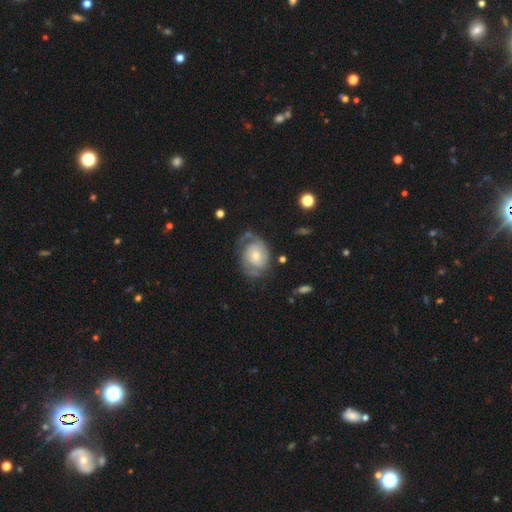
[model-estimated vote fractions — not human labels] Smooth or featured: featured or disk — 68% (smooth — 26%)
Edge-on disk: no — 97% (yes — 3%)
Bar: no — 70% (weak — 26%)
Spiral arms: yes — 83% (no — 17%)
Spiral winding: tight — 46% (medium — 36%)
Spiral arm count: 2 — 51% (can't tell — 23%)
Bulge size: moderate — 54% (small — 31%)
Merging: none — 51% (minor disturbance — 25%)